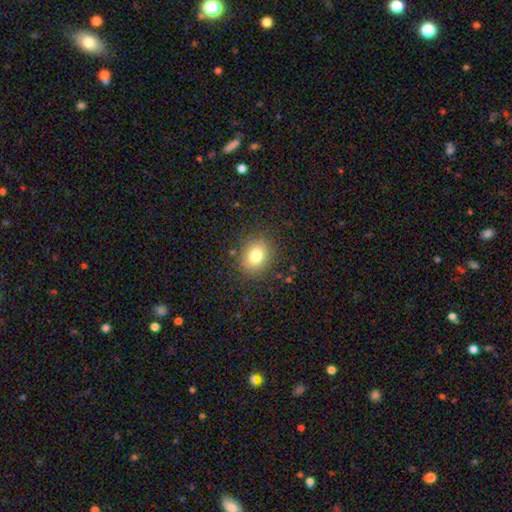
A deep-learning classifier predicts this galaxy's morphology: Smooth or featured? Predicted: smooth (p=0.78). How rounded? Predicted: round (p=0.63). Merging? Predicted: none (p=0.85).